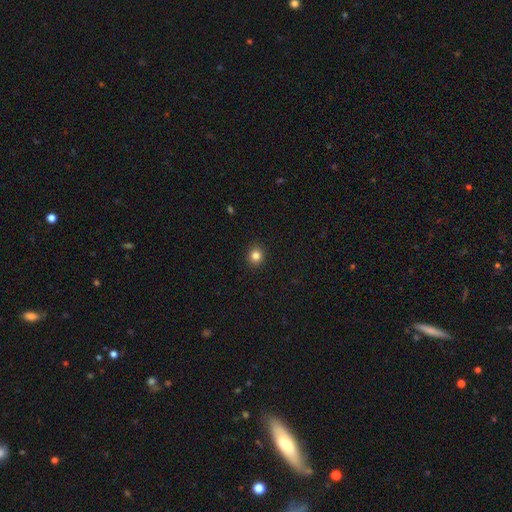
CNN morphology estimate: type=smooth (84%); roundness=round (87%); merging=none (92%).